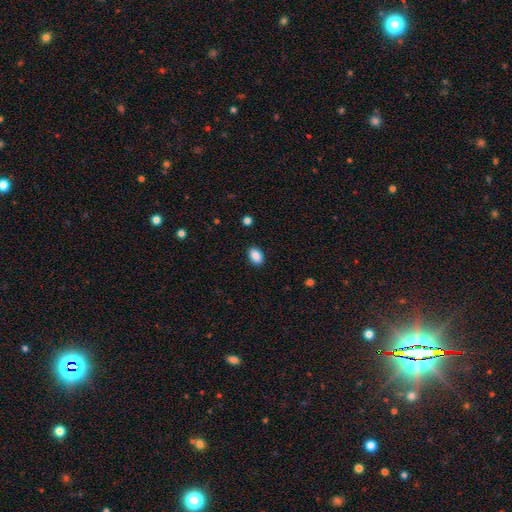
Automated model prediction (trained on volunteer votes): smooth_or_featured: smooth (p=0.89) [alt: star or artifact p=0.08]
how_rounded: in between (p=0.88) [alt: round p=0.11]
merging: none (p=0.89) [alt: minor disturbance p=0.08]